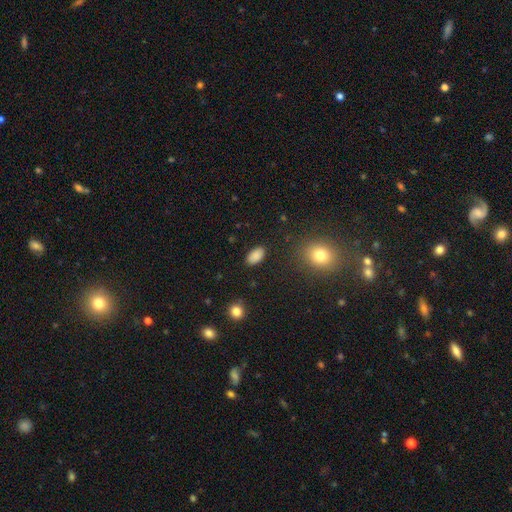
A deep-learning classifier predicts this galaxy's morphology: The model was most divided on "merging": none: 87%, minor disturbance: 9%, major disturbance: 3%, merger: 1%. More confident: how rounded — in between (93%); smooth or featured — smooth (87%).